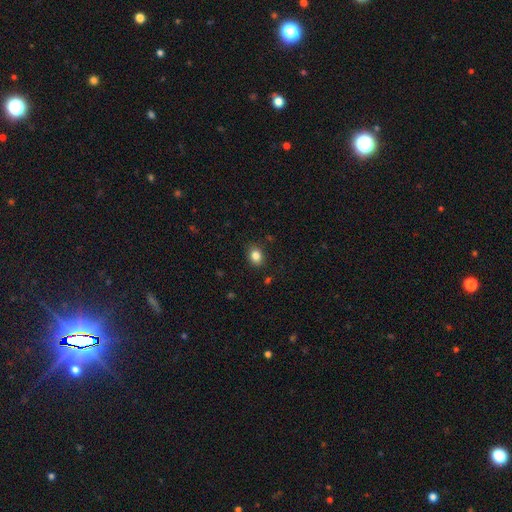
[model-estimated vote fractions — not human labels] Overall: smooth (84%). How rounded: in between (53%; round 46%). Merging: none (87%).